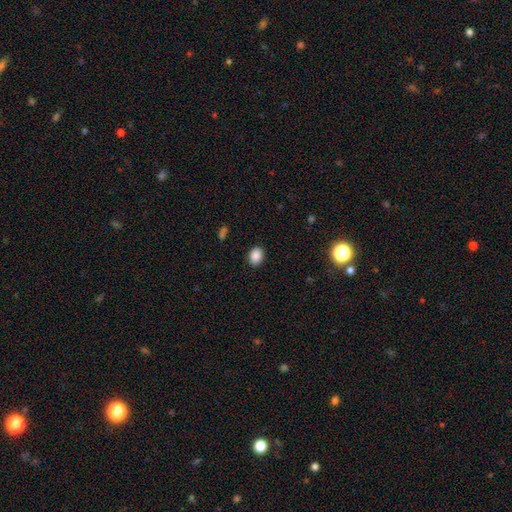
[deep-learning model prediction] The model was most divided on "how rounded": in between: 59%, round: 40%, cigar-shaped: 1%. More confident: merging — none (89%); smooth or featured — smooth (88%).